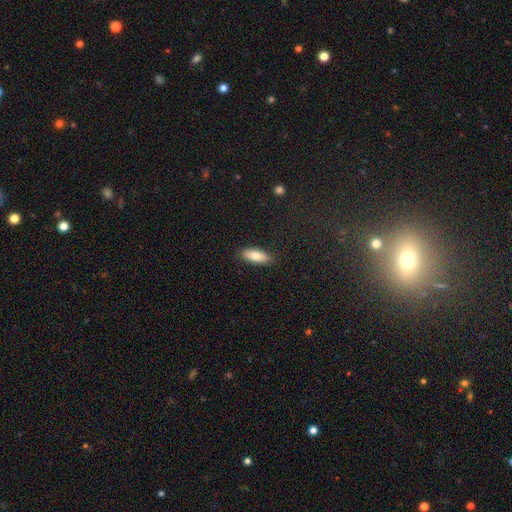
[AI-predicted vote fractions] Overall: smooth (77%). How rounded: in between (75%). Merging: none (89%).